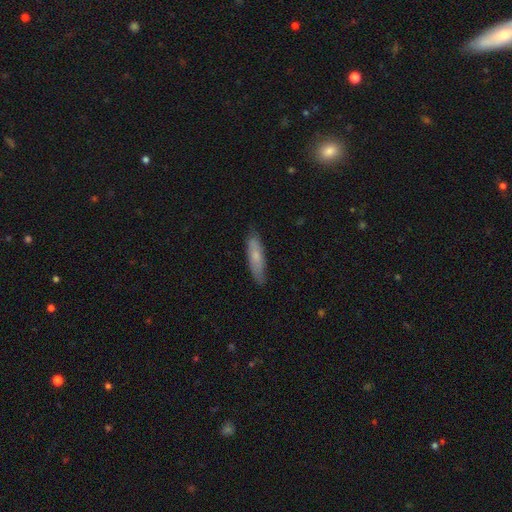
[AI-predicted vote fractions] A smooth galaxy with no disk features (67%) that is cigar-shaped (72%).

Vote fractions:
- Smooth or featured? smooth: 67% / featured or disk: 27% / star or artifact: 6%
- How rounded? cigar-shaped: 72% / in between: 26% / round: 2%
- Merging? none: 82% / minor disturbance: 15% / major disturbance: 2% / merger: 1%